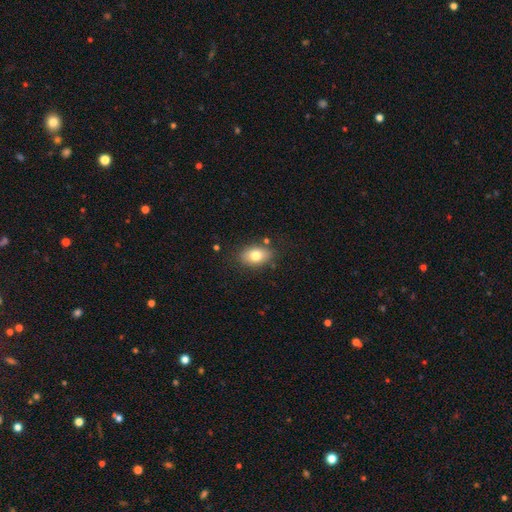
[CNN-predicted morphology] A smooth galaxy with no disk features (79%) that is in between round and cigar-shaped (82%).

Vote fractions:
- Smooth or featured? smooth: 79% / featured or disk: 13% / star or artifact: 9%
- How rounded? in between: 82% / round: 16% / cigar-shaped: 1%
- Merging? none: 81% / minor disturbance: 13% / major disturbance: 3% / merger: 3%